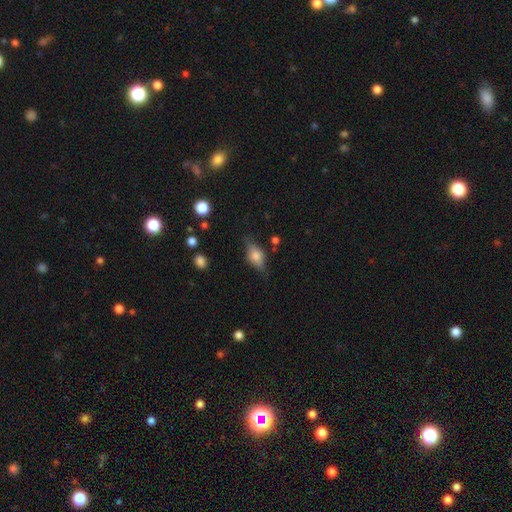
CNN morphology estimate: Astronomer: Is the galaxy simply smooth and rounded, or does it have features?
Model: smooth — 57% (runner-up: featured or disk, 34%).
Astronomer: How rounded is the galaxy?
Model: in between — 77%.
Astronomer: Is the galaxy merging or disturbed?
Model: none — 71%.